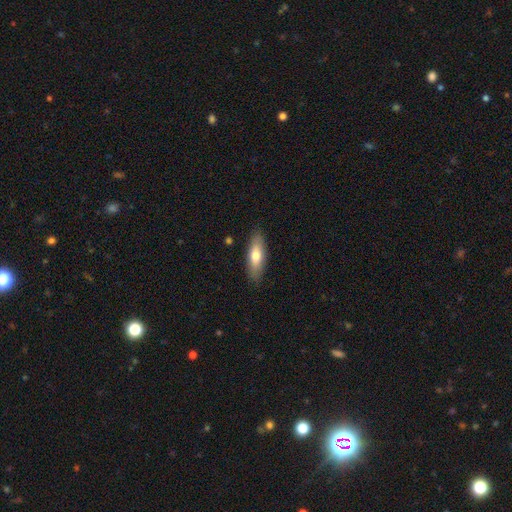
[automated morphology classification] type=smooth (70%); roundness=in between (61%); merging=none (86%).